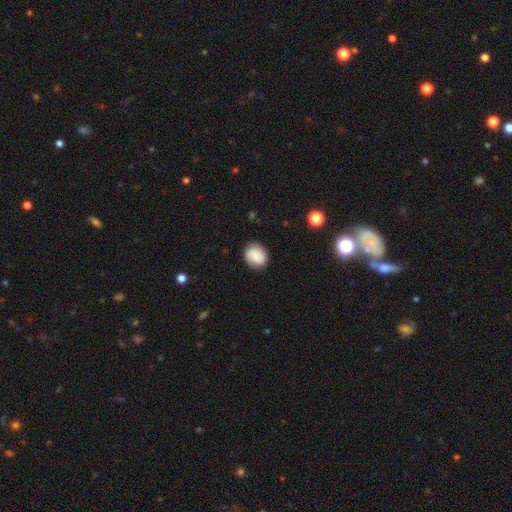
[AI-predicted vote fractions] Smooth or featured? smooth (80%)
How rounded? round (64%)
Merging? none (82%)